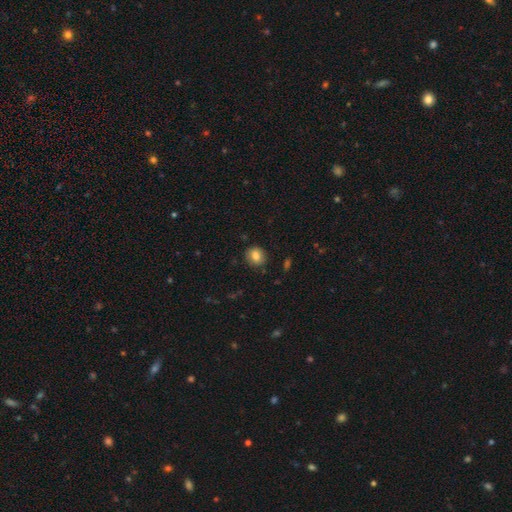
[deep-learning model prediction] A smooth galaxy with no disk features (82%) that is round (79%).

Vote fractions:
- Smooth or featured? smooth: 82% / star or artifact: 9% / featured or disk: 8%
- How rounded? round: 79% / in between: 20% / cigar-shaped: 1%
- Merging? none: 87% / minor disturbance: 9% / major disturbance: 2% / merger: 1%